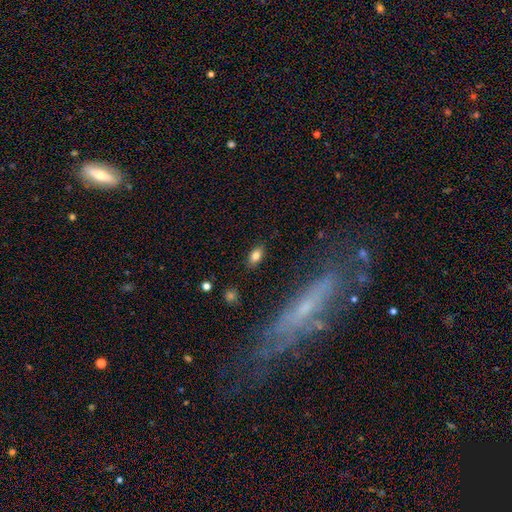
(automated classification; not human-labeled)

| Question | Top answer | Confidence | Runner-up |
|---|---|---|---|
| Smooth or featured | smooth | 82% | star or artifact (9%) |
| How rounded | in between | 88% | round (8%) |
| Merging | none | 86% | minor disturbance (10%) |